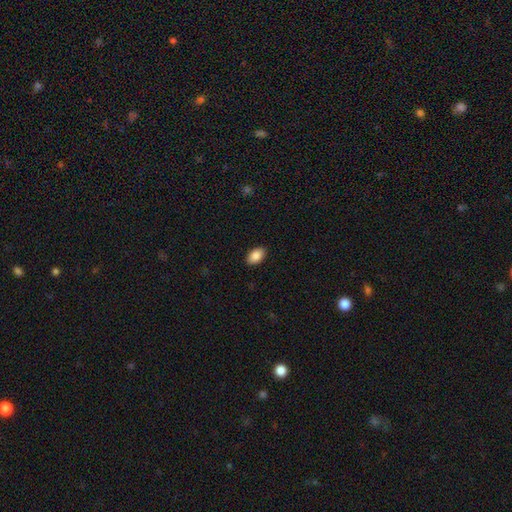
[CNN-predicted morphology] A smooth galaxy with no disk features (87%) that is in between round and cigar-shaped (92%).

Vote fractions:
- Smooth or featured? smooth: 87% / star or artifact: 7% / featured or disk: 5%
- How rounded? in between: 92% / round: 7% / cigar-shaped: 1%
- Merging? none: 89% / minor disturbance: 8% / major disturbance: 2% / merger: 1%